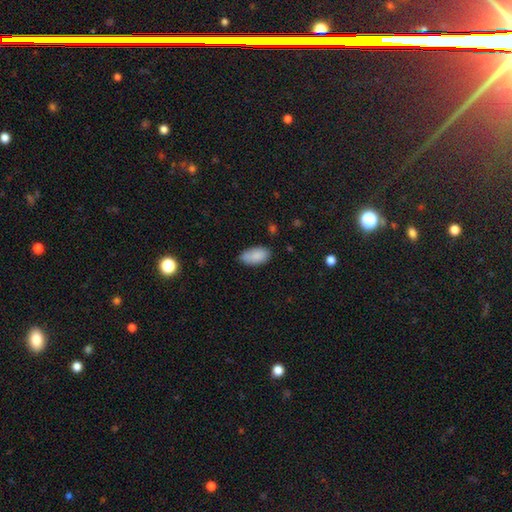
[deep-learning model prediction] Smooth or featured? smooth (87%)
How rounded? in between (94%)
Merging? none (72%)